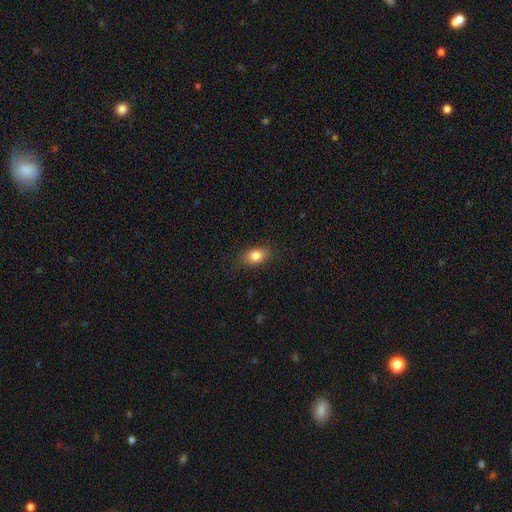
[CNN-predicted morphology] The model was most divided on "how rounded": in between: 83%, round: 14%, cigar-shaped: 3%. More confident: merging — none (85%); smooth or featured — smooth (84%).